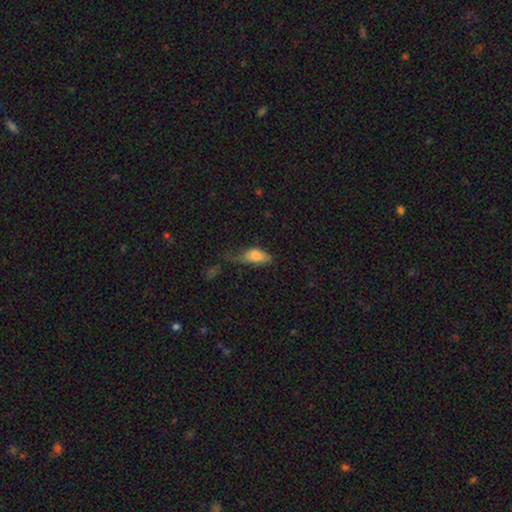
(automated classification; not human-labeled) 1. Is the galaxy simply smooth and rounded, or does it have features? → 75% smooth, 16% featured or disk, 9% star or artifact.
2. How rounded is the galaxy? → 85% in between, 11% cigar-shaped, 5% round.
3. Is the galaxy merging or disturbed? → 46% major disturbance, 27% minor disturbance, 19% none, 7% merger.